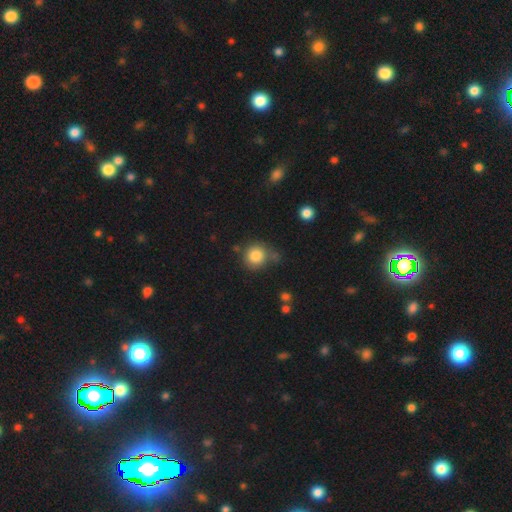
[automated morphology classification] Smooth or featured?
  - smooth: 84% *
  - star or artifact: 10%
  - featured or disk: 6%
How rounded?
  - round: 90% *
  - in between: 9%
  - cigar-shaped: 1%
Merging?
  - none: 65% *
  - minor disturbance: 18%
  - merger: 11%
  - major disturbance: 6%